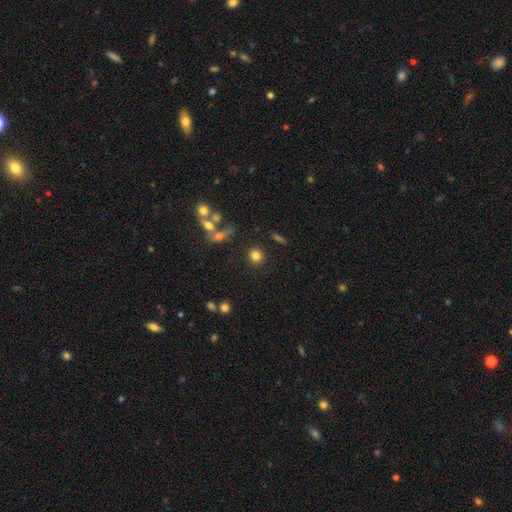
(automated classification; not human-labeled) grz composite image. It shows a smooth galaxy with no disk features (80%) that is round (89%). Merging: none (84%).